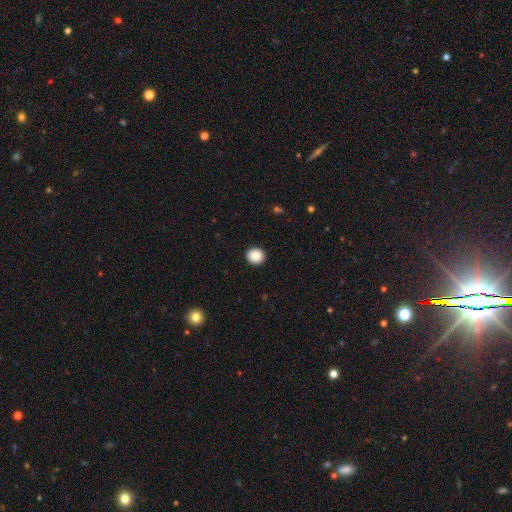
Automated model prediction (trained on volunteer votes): Smooth or featured: smooth — 84% (star or artifact — 9%)
How rounded: round — 91% (in between — 8%)
Merging: none — 93% (minor disturbance — 4%)